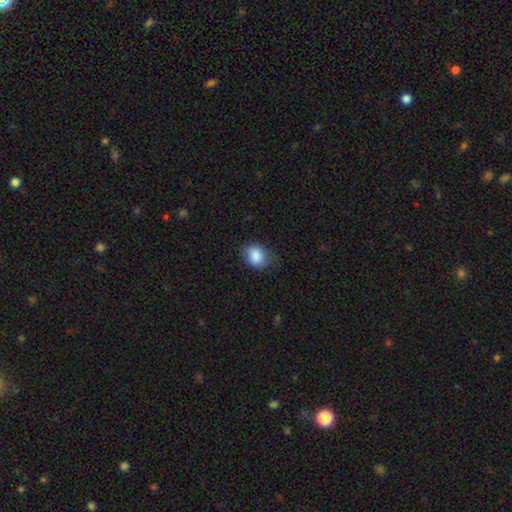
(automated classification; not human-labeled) Smooth or featured?
  - smooth: 86% *
  - star or artifact: 8%
  - featured or disk: 7%
How rounded?
  - in between: 56% *
  - round: 43%
  - cigar-shaped: 1%
Merging?
  - none: 71% *
  - minor disturbance: 23%
  - major disturbance: 5%
  - merger: 1%